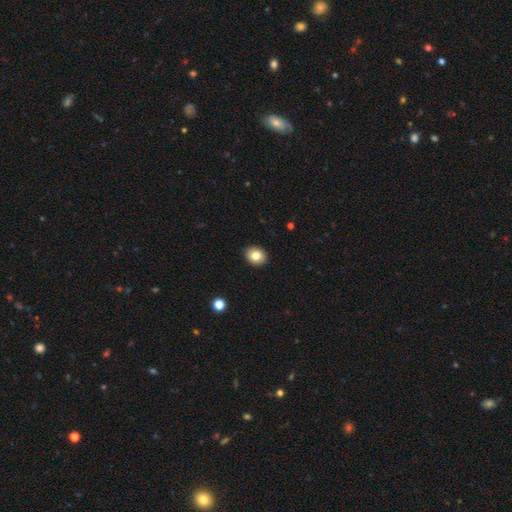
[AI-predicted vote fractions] Morphology: type=smooth (81%); roundness=round (53%); merging=none (91%).